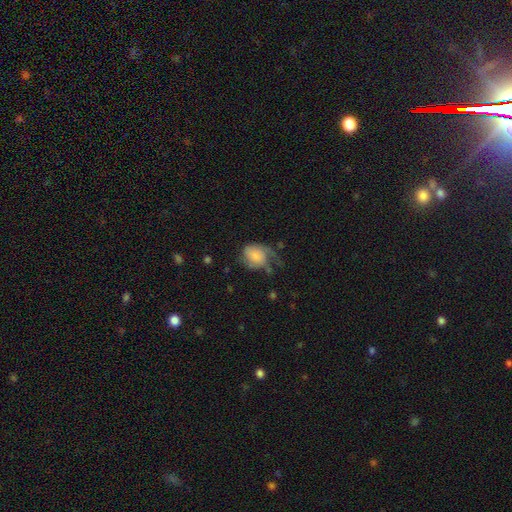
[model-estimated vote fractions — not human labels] A smooth galaxy with no disk features (55%) that is in between round and cigar-shaped (61%). Merging: major disturbance (43%).